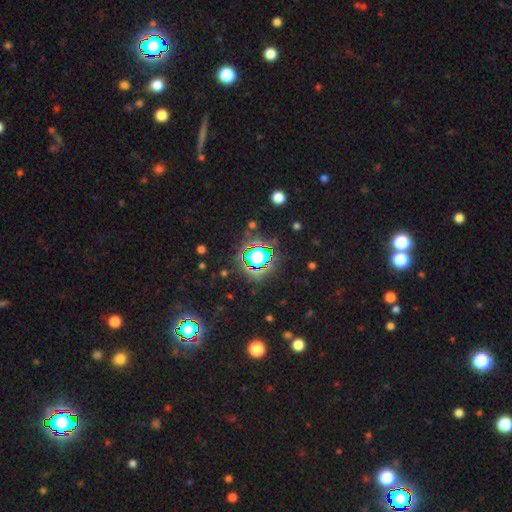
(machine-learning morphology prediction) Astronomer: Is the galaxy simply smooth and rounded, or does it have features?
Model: star or artifact — 63%.